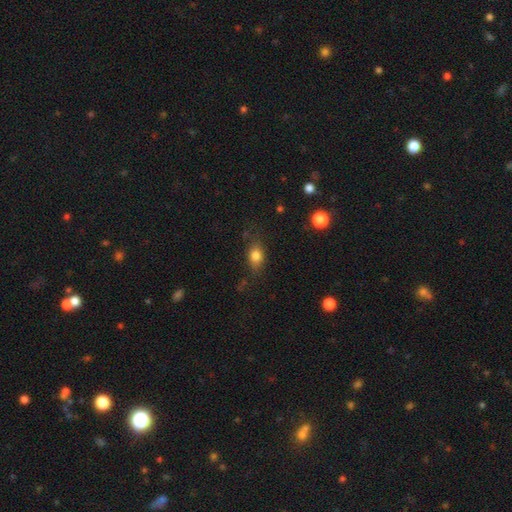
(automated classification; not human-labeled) This is likely a smooth galaxy (79%). How rounded: likely in between (70%). Merging: likely none (72%).